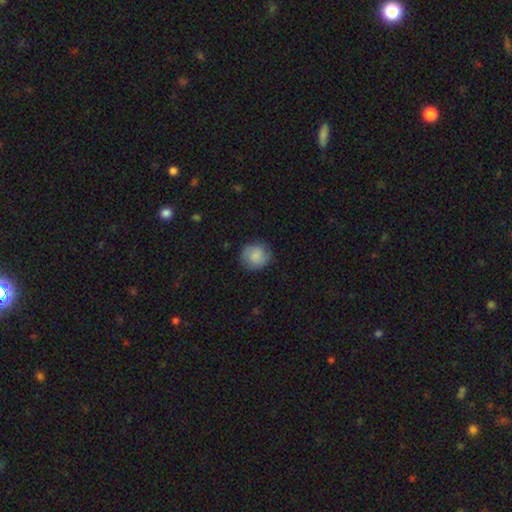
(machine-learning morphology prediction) This is clearly a smooth galaxy (81%). How rounded: clearly round (85%). Merging: clearly none (82%).